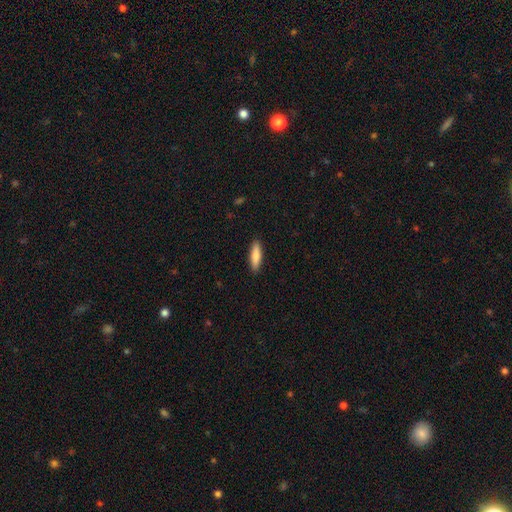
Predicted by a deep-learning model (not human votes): Morphology: type=smooth (83%); roundness=cigar-shaped (64%); merging=none (90%).